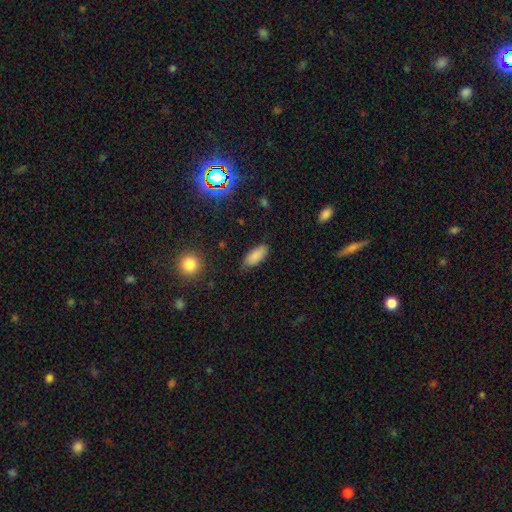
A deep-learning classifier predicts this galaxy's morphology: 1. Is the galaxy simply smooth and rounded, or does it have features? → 85% smooth, 9% star or artifact, 6% featured or disk.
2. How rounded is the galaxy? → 84% in between, 14% cigar-shaped, 2% round.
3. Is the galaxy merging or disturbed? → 76% none, 19% minor disturbance, 4% major disturbance, 2% merger.